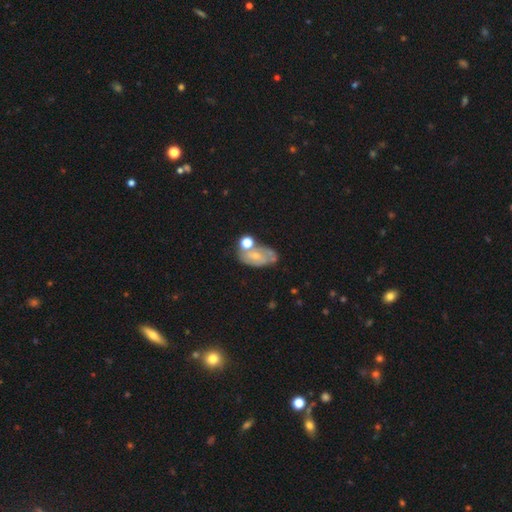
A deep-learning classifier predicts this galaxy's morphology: The model was most divided on "smooth or featured": featured or disk: 50%, smooth: 40%, star or artifact: 10%. Remaining: merging — none (37%).